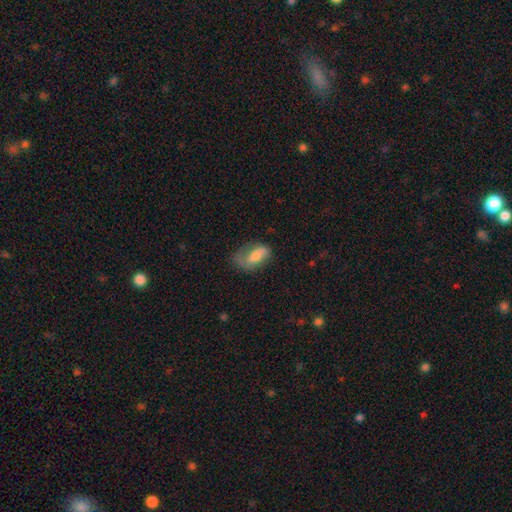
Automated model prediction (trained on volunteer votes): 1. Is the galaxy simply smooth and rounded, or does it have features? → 56% smooth, 36% featured or disk, 8% star or artifact.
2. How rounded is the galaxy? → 88% in between, 7% cigar-shaped, 5% round.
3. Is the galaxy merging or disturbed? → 47% none, 28% minor disturbance, 22% major disturbance, 2% merger.